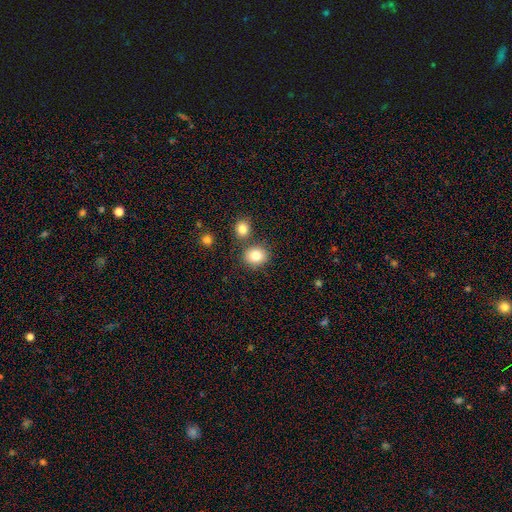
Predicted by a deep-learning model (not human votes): smooth_or_featured: smooth (p=0.82) [alt: star or artifact p=0.10]
how_rounded: round (p=0.77) [alt: in between p=0.22]
merging: none (p=0.76) [alt: merger p=0.14]